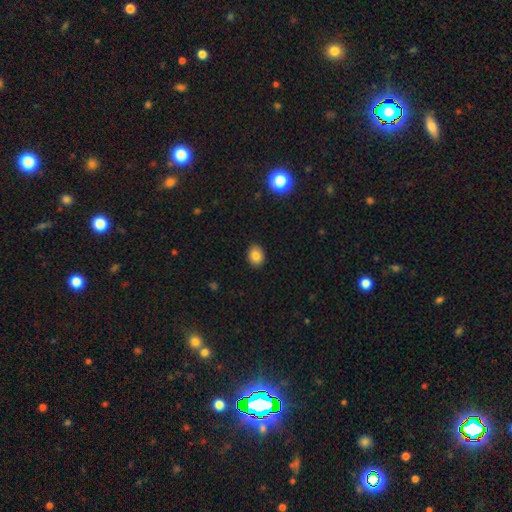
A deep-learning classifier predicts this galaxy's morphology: The model was most divided on "how rounded": round: 50%, in between: 49%, cigar-shaped: 1%. More confident: merging — none (89%); smooth or featured — smooth (83%).